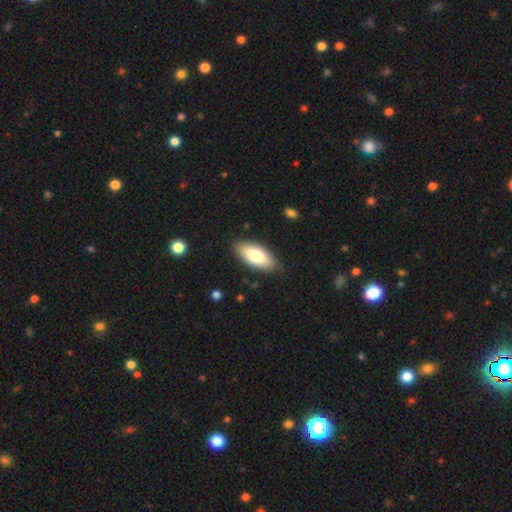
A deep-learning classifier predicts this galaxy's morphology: smooth-or-featured: smooth: 76% | featured or disk: 18% | star or artifact: 6%
  how-rounded: in between: 87% | cigar-shaped: 11% | round: 2%
  merging: none: 87% | minor disturbance: 10% | major disturbance: 2% | merger: 1%